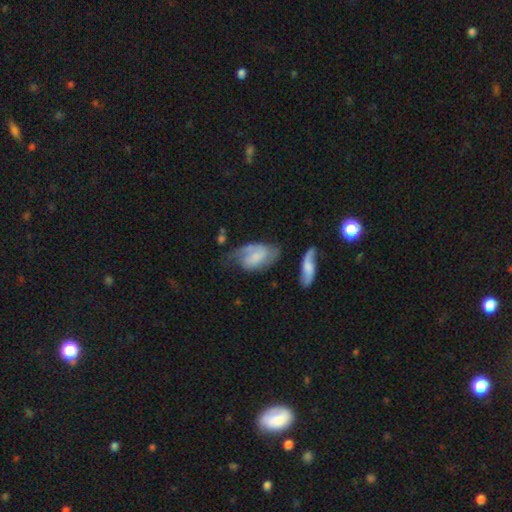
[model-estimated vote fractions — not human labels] Smooth or featured?
  - featured or disk: 55% *
  - smooth: 37%
  - star or artifact: 7%
Edge-on disk?
  - no: 95% *
  - yes: 5%
Bar?
  - no: 48% *
  - weak: 40%
  - strong: 12%
Spiral arms?
  - yes: 84% *
  - no: 16%
Bulge size?
  - none: 42% *
  - small: 31%
  - moderate: 18%
  - large: 7%
  - dominant: 2%
Merging?
  - none: 36% *
  - minor disturbance: 29%
  - major disturbance: 25%
  - merger: 9%